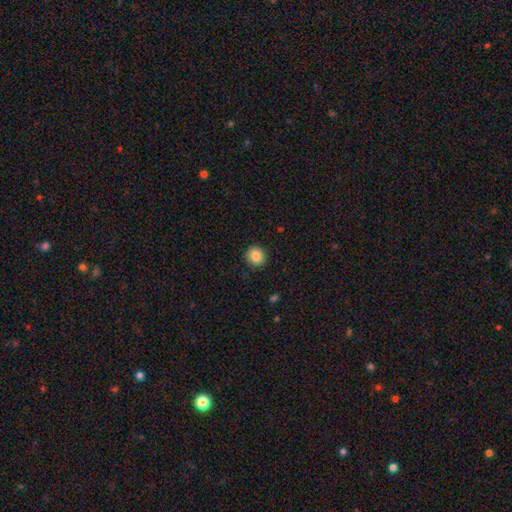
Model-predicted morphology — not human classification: This is clearly a smooth galaxy (86%). How rounded: clearly round (90%). Merging: clearly none (91%).